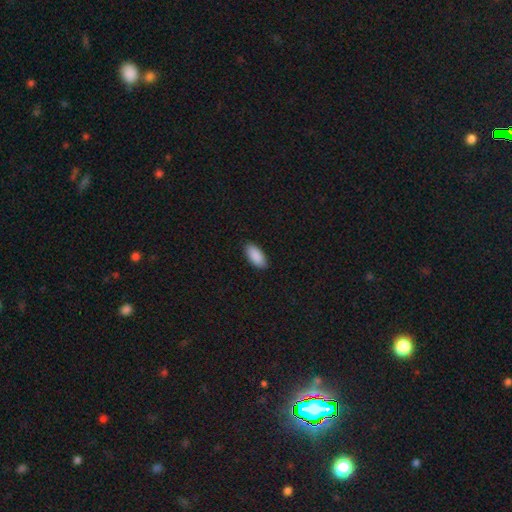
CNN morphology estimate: A smooth galaxy with no disk features (91%) that is in between round and cigar-shaped (91%).

Vote fractions:
- Smooth or featured? smooth: 91% / star or artifact: 6% / featured or disk: 3%
- How rounded? in between: 91% / cigar-shaped: 7% / round: 2%
- Merging? none: 89% / minor disturbance: 8% / major disturbance: 2% / merger: 1%